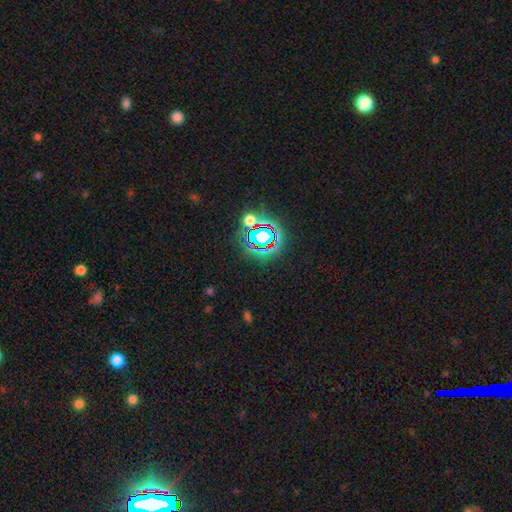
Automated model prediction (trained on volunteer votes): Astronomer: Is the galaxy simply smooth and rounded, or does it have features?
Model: star or artifact — 77%.